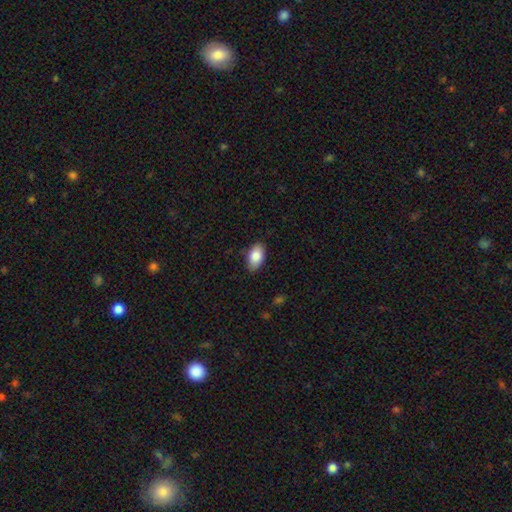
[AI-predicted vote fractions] Morphology: type=smooth (85%); roundness=in between (93%); merging=none (85%).